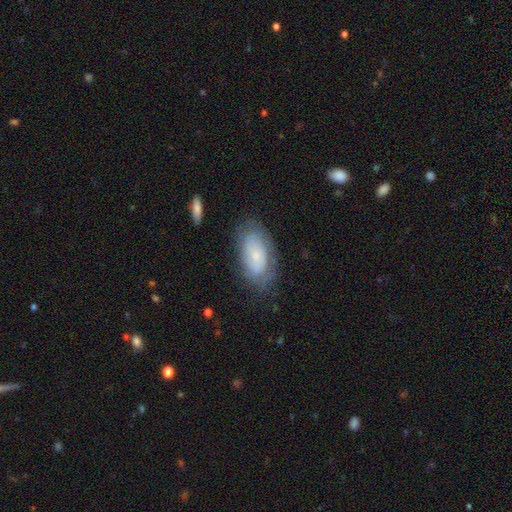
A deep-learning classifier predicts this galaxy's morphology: Smooth or featured: smooth — 48% (featured or disk — 43%)
Merging: none — 71% (minor disturbance — 19%)